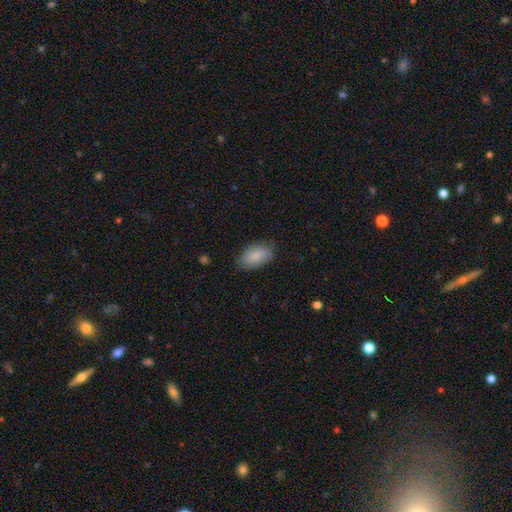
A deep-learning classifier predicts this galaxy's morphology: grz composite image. It shows a smooth galaxy with no disk features (87%) that is in between round and cigar-shaped (94%). Merging: none (81%).